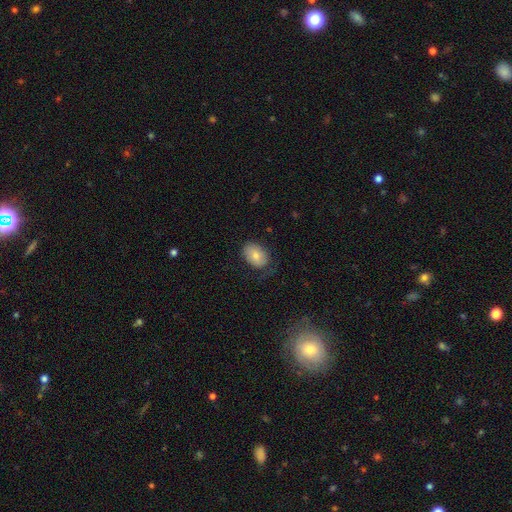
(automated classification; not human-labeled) Smooth or featured?
  - smooth: 75% *
  - featured or disk: 17%
  - star or artifact: 8%
How rounded?
  - in between: 78% *
  - round: 21%
  - cigar-shaped: 1%
Merging?
  - none: 60% *
  - minor disturbance: 26%
  - major disturbance: 13%
  - merger: 1%